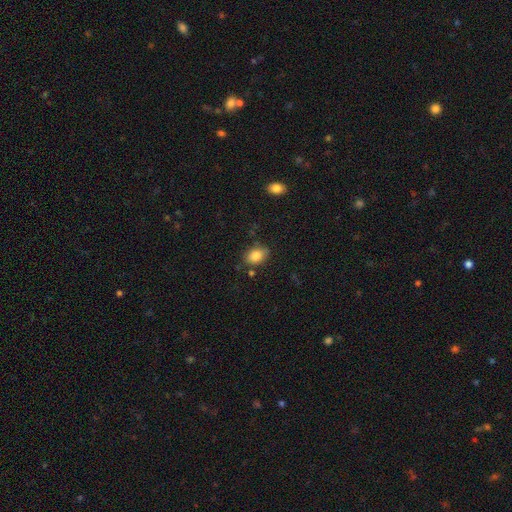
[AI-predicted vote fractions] The model was most divided on "merging": none: 76%, minor disturbance: 16%, merger: 4%, major disturbance: 4%. More confident: smooth or featured — smooth (84%); how rounded — in between (80%).